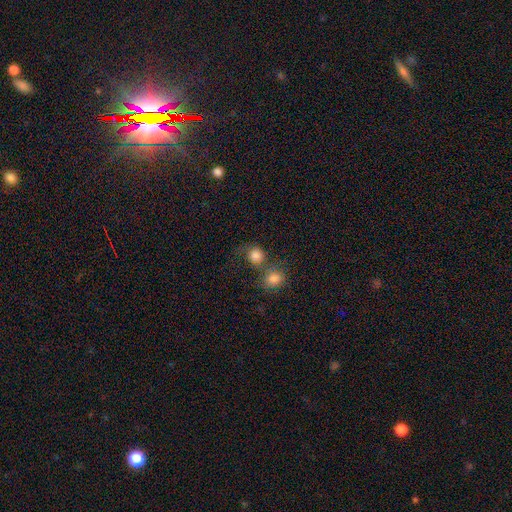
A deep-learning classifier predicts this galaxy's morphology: type=smooth (81%); roundness=round (83%); merging=merger (43%).